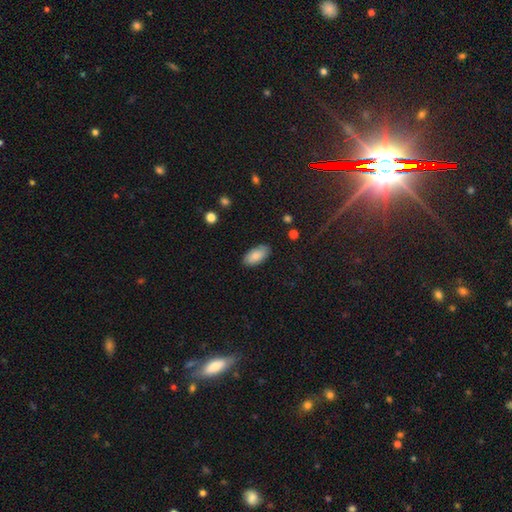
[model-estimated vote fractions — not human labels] A smooth galaxy with no disk features (86%) that is in between round and cigar-shaped (94%).

Vote fractions:
- Smooth or featured? smooth: 86% / featured or disk: 8% / star or artifact: 6%
- How rounded? in between: 94% / cigar-shaped: 4% / round: 2%
- Merging? none: 85% / minor disturbance: 11% / major disturbance: 2% / merger: 1%